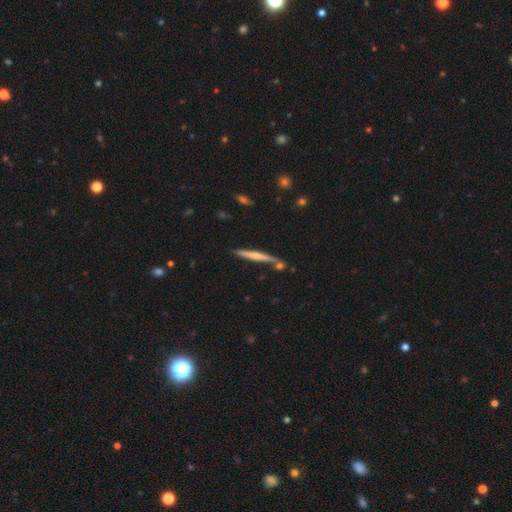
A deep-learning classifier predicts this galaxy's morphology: This appears to be a featured or disk galaxy (50%) viewed edge-on (96%). Merging: none (76%).